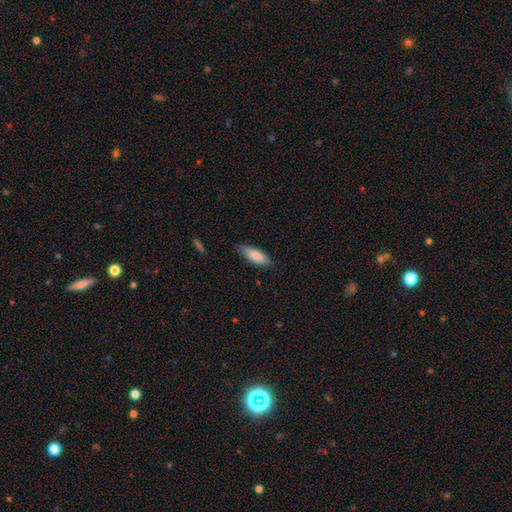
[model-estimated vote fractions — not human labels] smooth-or-featured: smooth: 85% | featured or disk: 10% | star or artifact: 6%
  how-rounded: in between: 65% | cigar-shaped: 33% | round: 2%
  merging: none: 80% | minor disturbance: 16% | major disturbance: 3% | merger: 1%